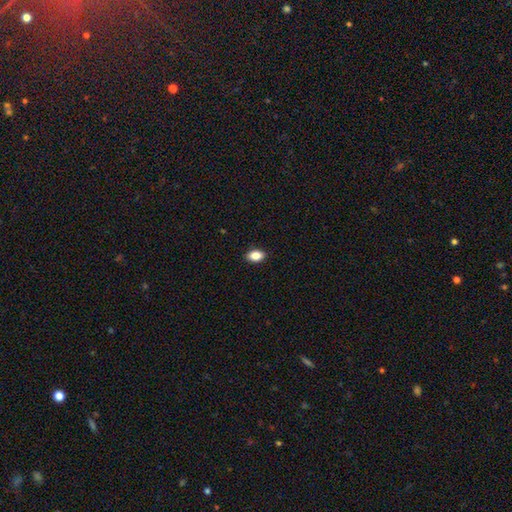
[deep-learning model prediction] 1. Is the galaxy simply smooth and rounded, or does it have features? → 86% smooth, 8% star or artifact, 6% featured or disk.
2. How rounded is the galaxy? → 87% in between, 11% round, 2% cigar-shaped.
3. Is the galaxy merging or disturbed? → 89% none, 8% minor disturbance, 2% major disturbance, 1% merger.